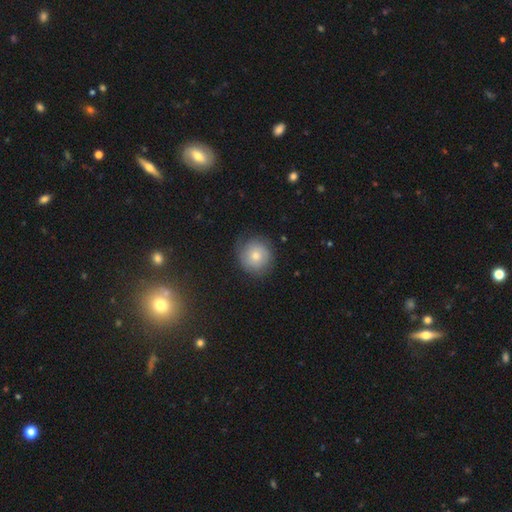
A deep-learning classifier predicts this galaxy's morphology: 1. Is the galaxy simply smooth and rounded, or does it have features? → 64% smooth, 27% featured or disk, 9% star or artifact.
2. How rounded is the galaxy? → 91% round, 8% in between, 1% cigar-shaped.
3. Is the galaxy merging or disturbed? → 75% none, 18% minor disturbance, 6% major disturbance, 1% merger.